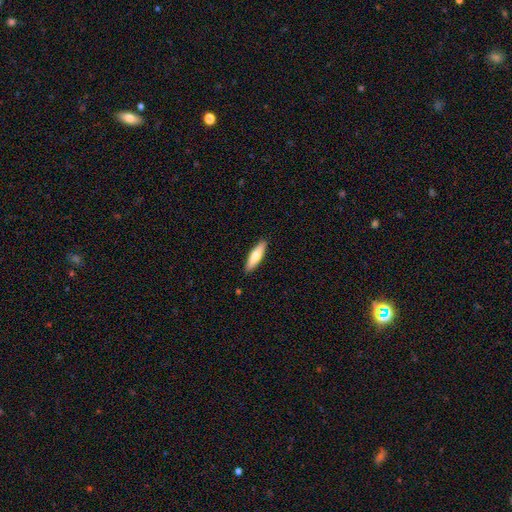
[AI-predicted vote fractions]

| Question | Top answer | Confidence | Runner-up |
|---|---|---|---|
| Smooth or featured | smooth | 68% | featured or disk (27%) |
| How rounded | cigar-shaped | 63% | in between (35%) |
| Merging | none | 90% | minor disturbance (7%) |